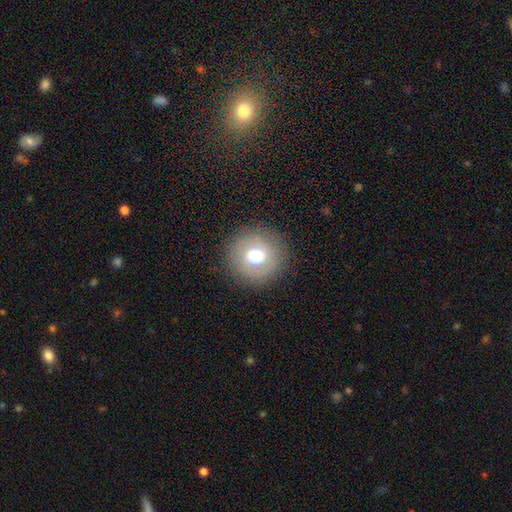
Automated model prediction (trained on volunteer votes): The model was most divided on "smooth or featured": smooth: 67%, featured or disk: 21%, star or artifact: 12%. More confident: how rounded — round (95%); merging — none (88%).